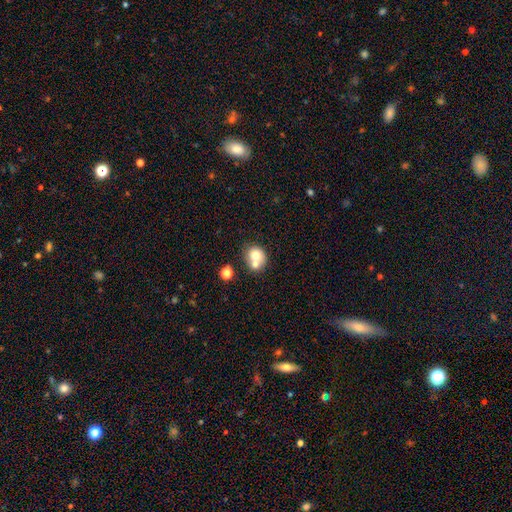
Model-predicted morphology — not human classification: Smooth or featured? Predicted: smooth (p=0.69). How rounded? Predicted: round (p=0.74). Merging? Predicted: merger (p=0.53).